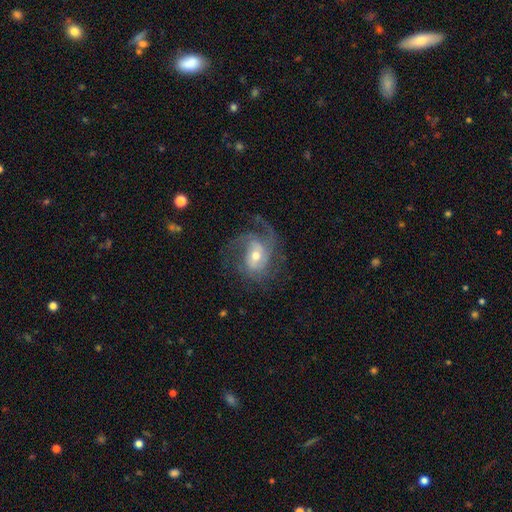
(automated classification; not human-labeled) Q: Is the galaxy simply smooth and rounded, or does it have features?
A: featured or disk — 84%.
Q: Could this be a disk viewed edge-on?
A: no — 97%.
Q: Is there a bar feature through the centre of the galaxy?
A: no — 48%.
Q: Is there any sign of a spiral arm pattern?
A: yes — 94%.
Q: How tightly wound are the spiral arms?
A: medium — 45%.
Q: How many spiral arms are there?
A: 3 — 30%.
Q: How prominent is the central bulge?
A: moderate — 58%.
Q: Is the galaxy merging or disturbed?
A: none — 57%.